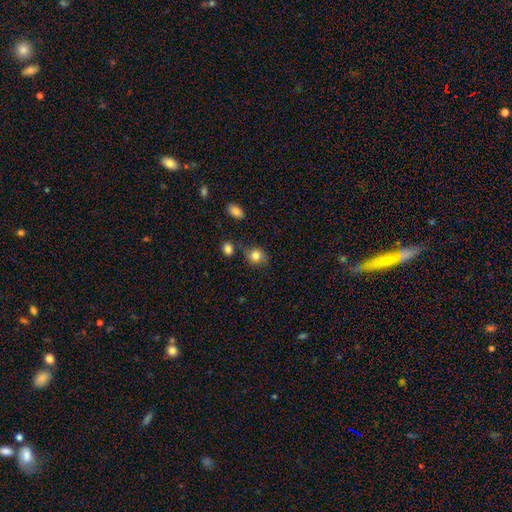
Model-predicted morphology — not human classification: smooth-or-featured: smooth: 82% | star or artifact: 10% | featured or disk: 8%
  how-rounded: round: 69% | in between: 29% | cigar-shaped: 1%
  merging: none: 70% | minor disturbance: 18% | merger: 8% | major disturbance: 4%